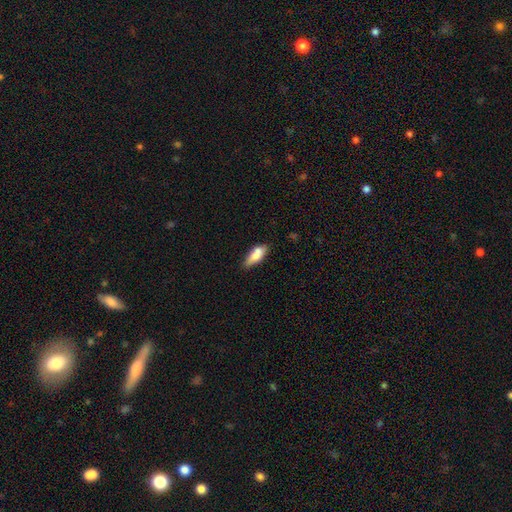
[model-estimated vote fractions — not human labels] Smooth or featured?
  - smooth: 75% *
  - featured or disk: 19%
  - star or artifact: 7%
How rounded?
  - in between: 67% *
  - cigar-shaped: 31%
  - round: 3%
Merging?
  - none: 57% *
  - minor disturbance: 23%
  - merger: 14%
  - major disturbance: 5%